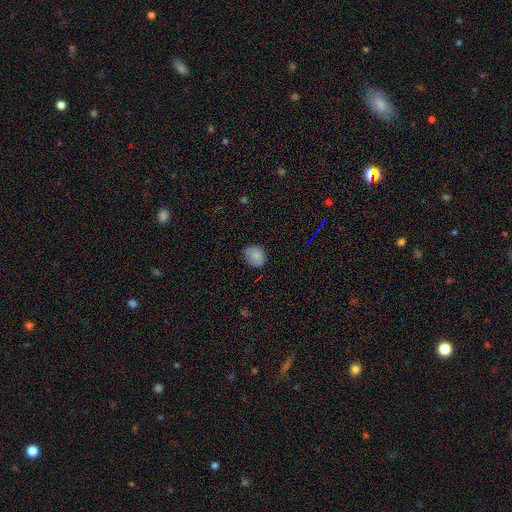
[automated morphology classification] Smooth or featured? Predicted: smooth (p=0.83). How rounded? Predicted: in between (p=0.54). Merging? Predicted: none (p=0.75).